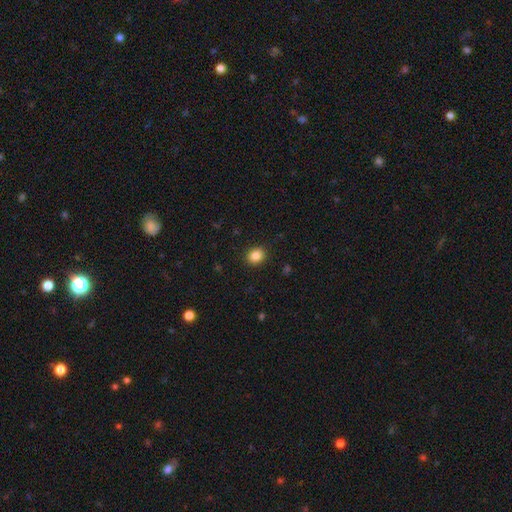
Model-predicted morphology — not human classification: Smooth or featured: smooth — 85% (star or artifact — 10%)
How rounded: round — 64% (in between — 36%)
Merging: none — 90% (minor disturbance — 7%)